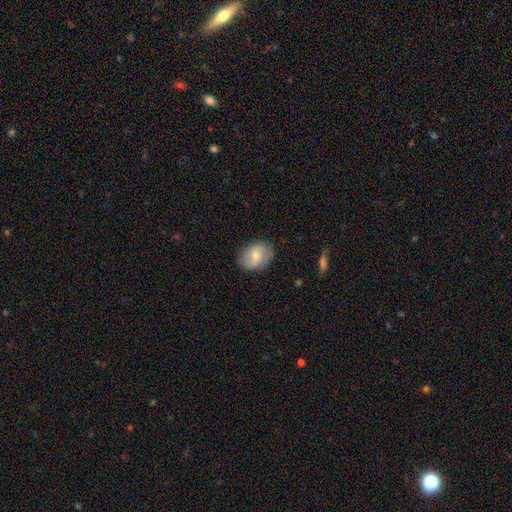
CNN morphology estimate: smooth_or_featured: smooth (p=0.57) [alt: featured or disk p=0.36]
how_rounded: in between (p=0.63) [alt: round p=0.36]
merging: none (p=0.80) [alt: minor disturbance p=0.15]